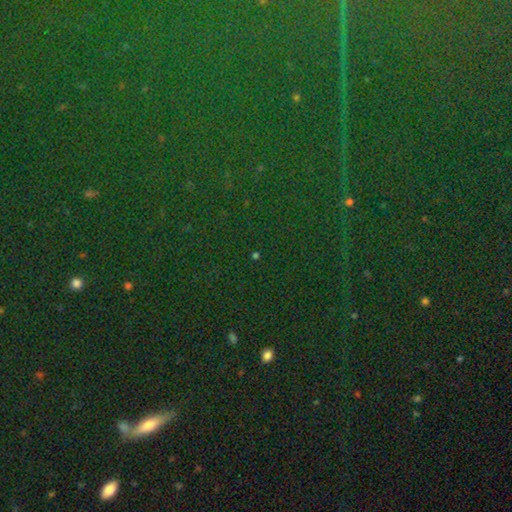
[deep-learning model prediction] Overall: star or artifact (77%).